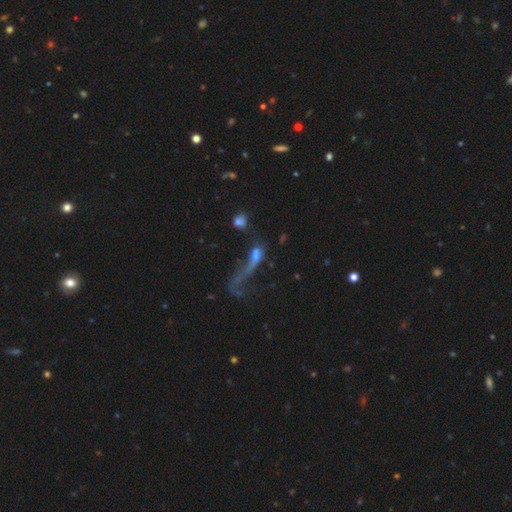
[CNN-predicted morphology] Smooth or featured: featured or disk — 43% (tied with smooth — 43%)
Merging: major disturbance — 55% (merger — 21%)